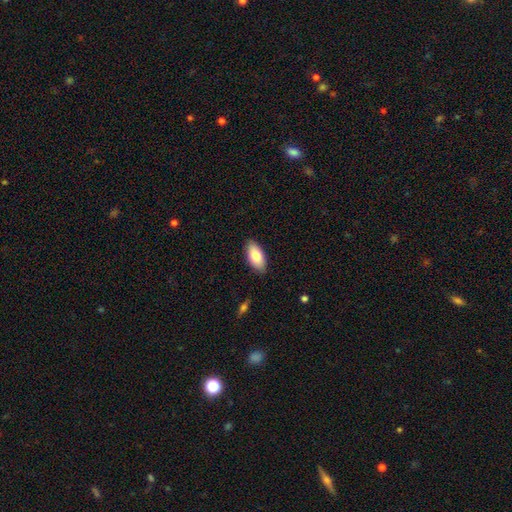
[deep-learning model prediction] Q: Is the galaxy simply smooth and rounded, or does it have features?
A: smooth — 82%.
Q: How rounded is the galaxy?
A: in between — 91%.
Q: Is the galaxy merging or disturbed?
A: none — 87%.